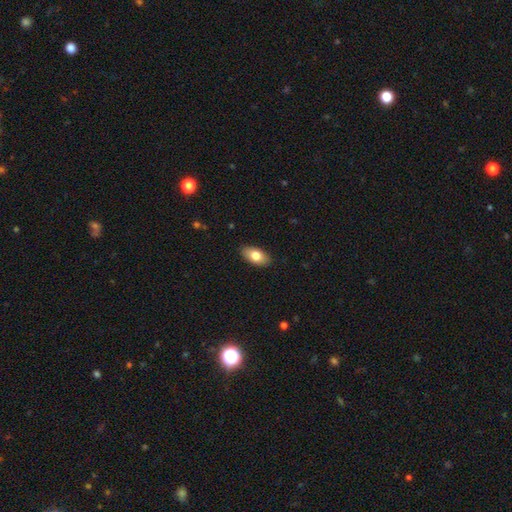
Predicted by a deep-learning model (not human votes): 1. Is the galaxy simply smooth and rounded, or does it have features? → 78% smooth, 15% featured or disk, 7% star or artifact.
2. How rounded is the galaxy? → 92% in between, 4% cigar-shaped, 4% round.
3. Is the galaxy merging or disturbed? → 89% none, 9% minor disturbance, 2% major disturbance, 1% merger.